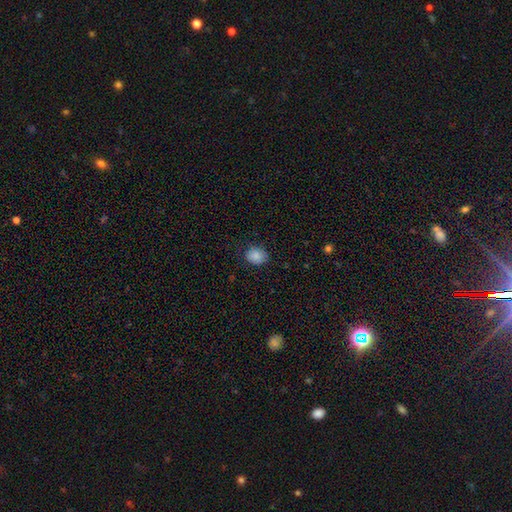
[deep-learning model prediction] Smooth or featured?
  - smooth: 87% *
  - star or artifact: 9%
  - featured or disk: 4%
How rounded?
  - round: 64% *
  - in between: 36%
  - cigar-shaped: 1%
Merging?
  - none: 81% *
  - minor disturbance: 14%
  - major disturbance: 3%
  - merger: 1%